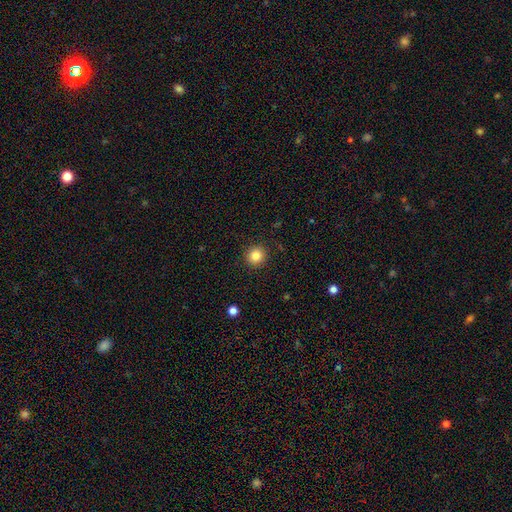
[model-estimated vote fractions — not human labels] smooth 85%, star or artifact 11%, featured or disk 5%. Down the decision tree: how rounded — round (92%); merging — none (92%).